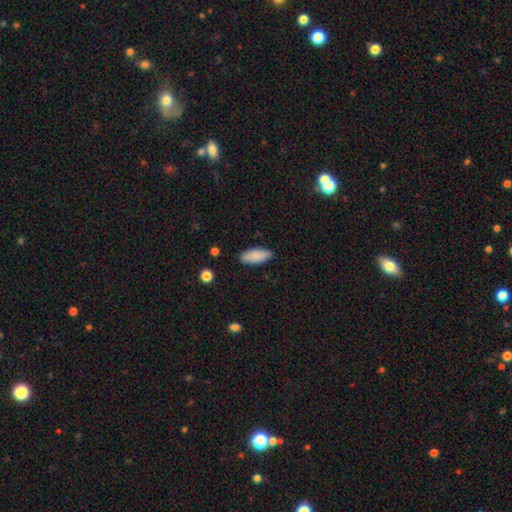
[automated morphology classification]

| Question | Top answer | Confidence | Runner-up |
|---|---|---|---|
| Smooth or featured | smooth | 88% | featured or disk (6%) |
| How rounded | in between | 77% | cigar-shaped (21%) |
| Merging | none | 88% | minor disturbance (9%) |